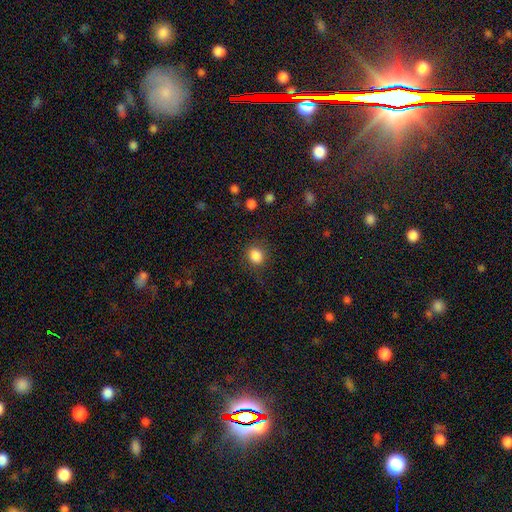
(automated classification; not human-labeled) A smooth galaxy with no disk features (86%) that is round (75%). Merging: none (84%).